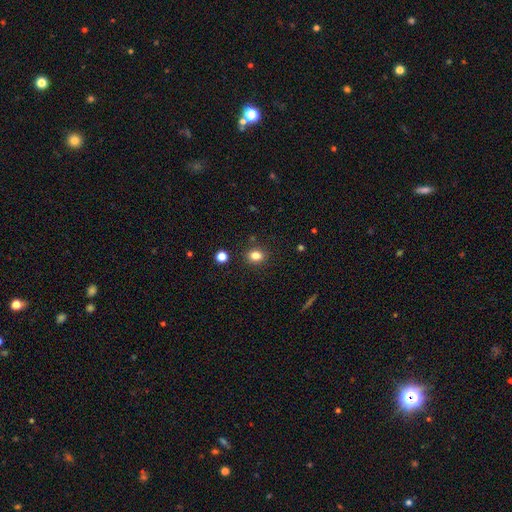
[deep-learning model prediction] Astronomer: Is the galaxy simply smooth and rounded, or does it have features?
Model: smooth — 82%.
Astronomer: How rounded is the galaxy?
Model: round — 51% (runner-up: in between, 48%).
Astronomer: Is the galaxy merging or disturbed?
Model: none — 86%.